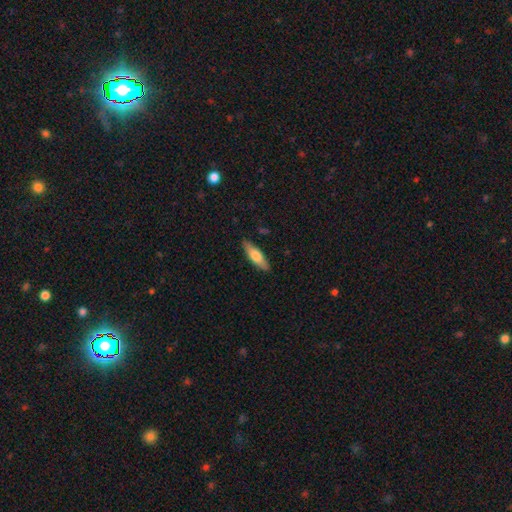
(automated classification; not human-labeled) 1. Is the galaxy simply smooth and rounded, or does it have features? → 63% smooth, 32% featured or disk, 5% star or artifact.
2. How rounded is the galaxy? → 57% cigar-shaped, 41% in between, 2% round.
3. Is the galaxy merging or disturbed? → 88% none, 9% minor disturbance, 2% major disturbance, 1% merger.